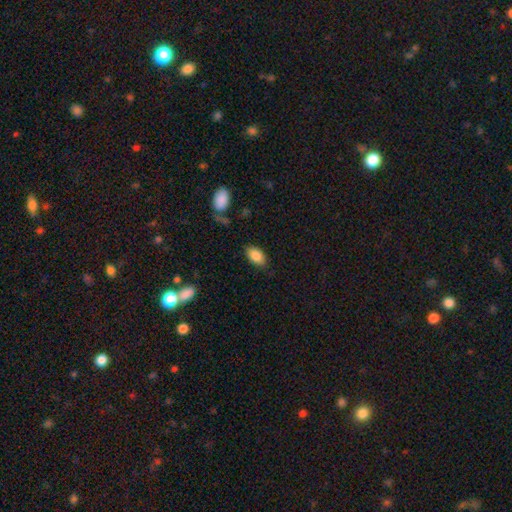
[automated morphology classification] smooth-or-featured: smooth: 87% | star or artifact: 7% | featured or disk: 6%
  how-rounded: in between: 92% | round: 6% | cigar-shaped: 2%
  merging: none: 82% | minor disturbance: 13% | major disturbance: 3% | merger: 2%